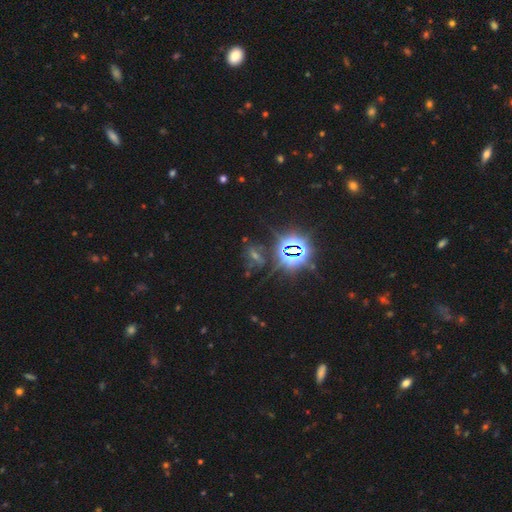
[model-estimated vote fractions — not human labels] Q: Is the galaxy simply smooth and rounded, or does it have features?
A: star or artifact — 79%.